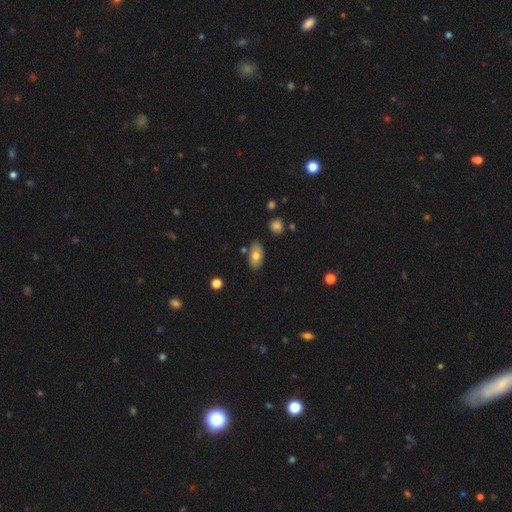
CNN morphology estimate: Smooth or featured?
  - smooth: 72% *
  - featured or disk: 20%
  - star or artifact: 7%
How rounded?
  - in between: 92% *
  - round: 4%
  - cigar-shaped: 3%
Merging?
  - none: 77% *
  - minor disturbance: 16%
  - merger: 5%
  - major disturbance: 3%